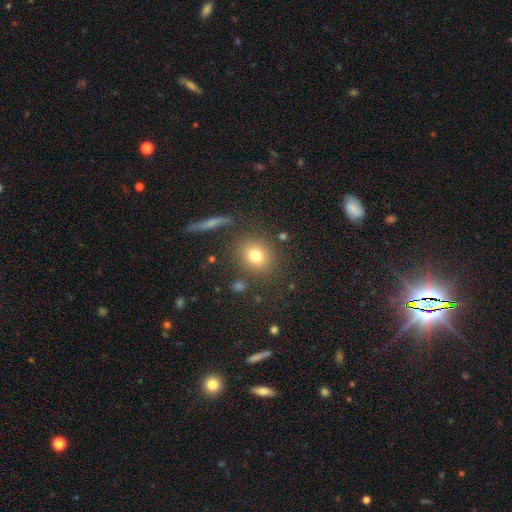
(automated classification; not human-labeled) A smooth galaxy with no disk features (77%) that is round (75%). Merging: none (82%).